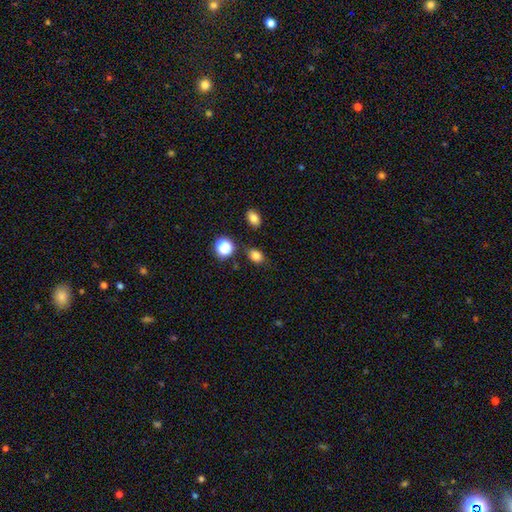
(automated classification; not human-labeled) Smooth or featured: smooth — 81% (star or artifact — 14%)
How rounded: in between — 64% (round — 35%)
Merging: none — 78% (minor disturbance — 13%)